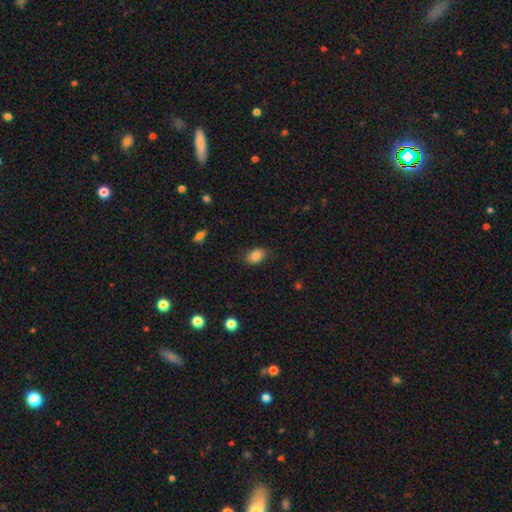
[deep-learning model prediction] A smooth galaxy with no disk features (83%) that is in between round and cigar-shaped (83%).

Vote fractions:
- Smooth or featured? smooth: 83% / featured or disk: 9% / star or artifact: 9%
- How rounded? in between: 83% / round: 16% / cigar-shaped: 1%
- Merging? none: 77% / minor disturbance: 18% / major disturbance: 4% / merger: 1%